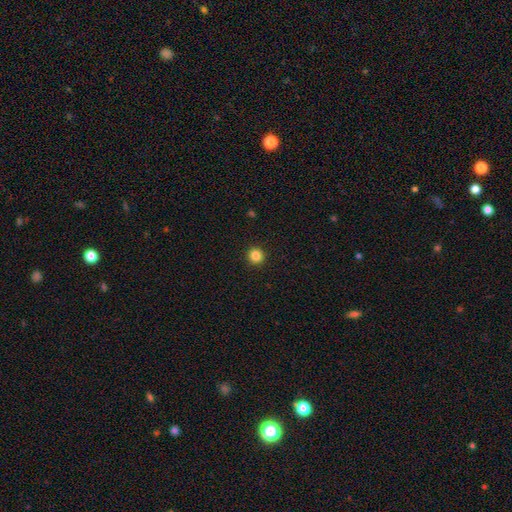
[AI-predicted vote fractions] Smooth or featured? Predicted: smooth (p=0.84). How rounded? Predicted: round (p=0.93). Merging? Predicted: none (p=0.93).